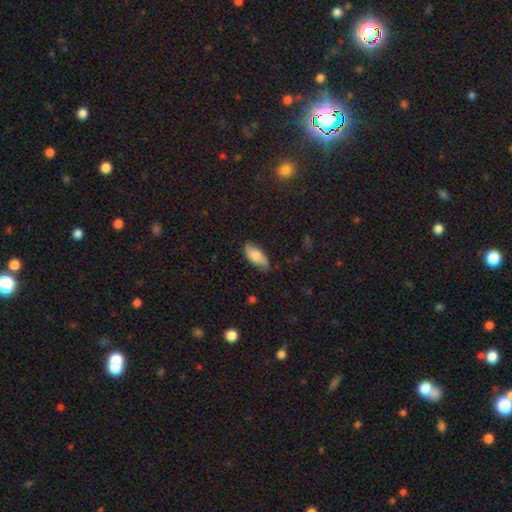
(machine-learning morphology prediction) type=smooth (75%); roundness=in between (86%); merging=none (79%).